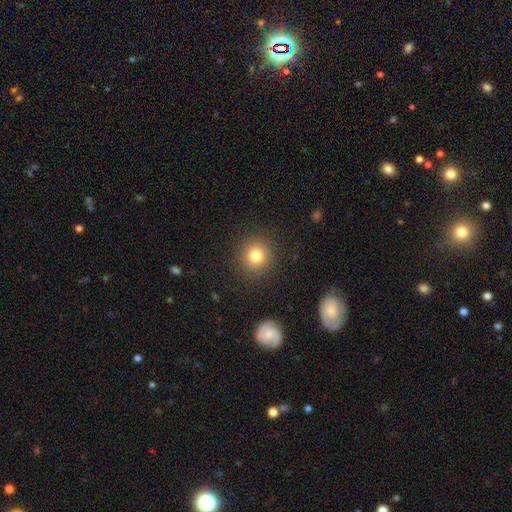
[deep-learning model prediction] Q: Smooth or featured?
A: smooth (80%); runner-up: star or artifact (13%)
Q: How rounded?
A: round (90%); runner-up: in between (9%)
Q: Merging?
A: none (89%); runner-up: minor disturbance (7%)